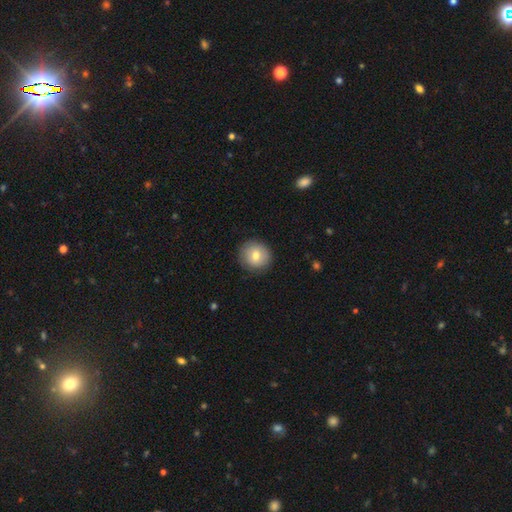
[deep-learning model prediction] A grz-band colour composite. It shows a smooth galaxy with no disk features (75%) that is round (90%). Merging: none (88%).